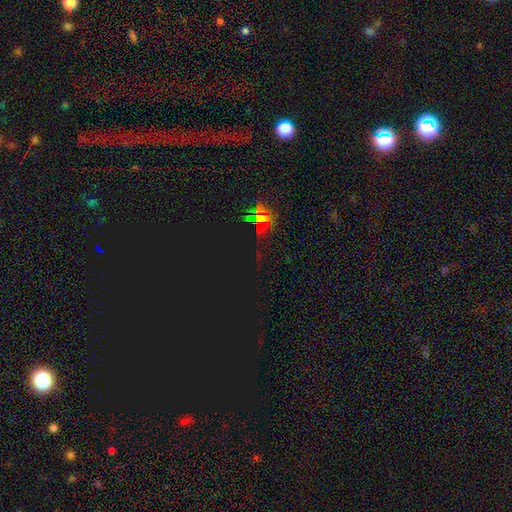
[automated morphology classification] Q: Smooth or featured?
A: star or artifact (83%); runner-up: smooth (10%)